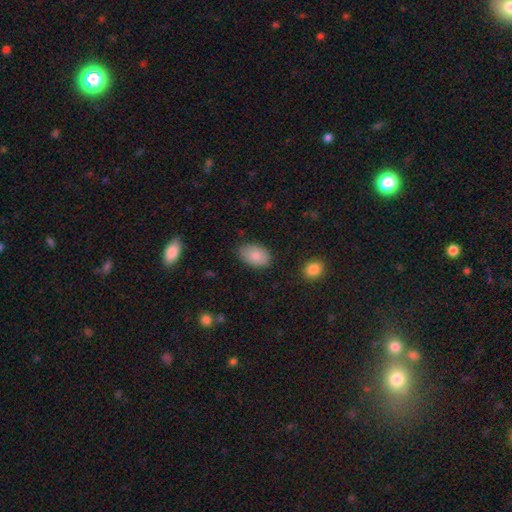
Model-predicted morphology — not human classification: Smooth or featured? Predicted: smooth (p=0.83). How rounded? Predicted: in between (p=0.90). Merging? Predicted: none (p=0.82).